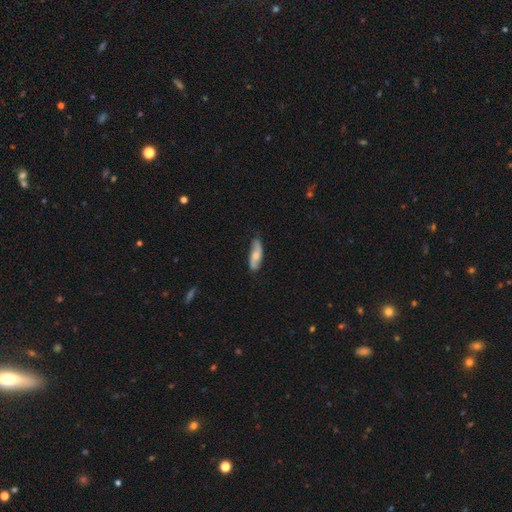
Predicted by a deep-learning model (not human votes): Smooth or featured? Predicted: smooth (p=0.57). How rounded? Predicted: in between (p=0.54). Merging? Predicted: none (p=0.75).